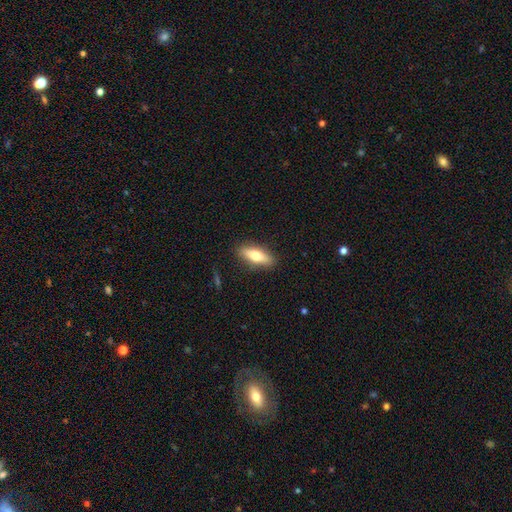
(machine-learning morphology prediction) Overall: smooth (62%; featured or disk 32%). How rounded: in between (54%; cigar-shaped 43%). Merging: none (87%).